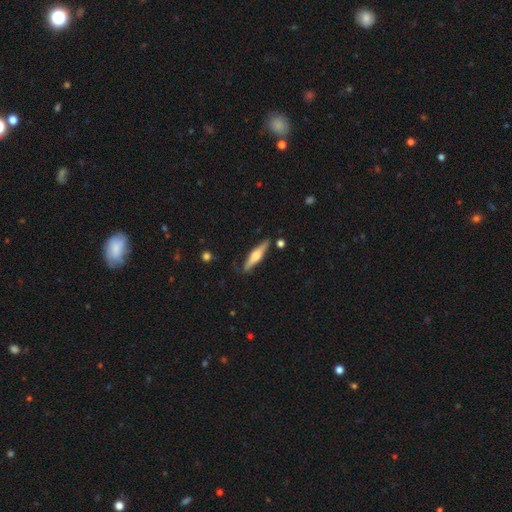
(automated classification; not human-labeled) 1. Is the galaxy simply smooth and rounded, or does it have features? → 61% featured or disk, 34% smooth, 6% star or artifact.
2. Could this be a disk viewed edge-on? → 96% yes, 4% no.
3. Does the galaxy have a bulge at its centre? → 85% rounded, 11% boxy, 4% none.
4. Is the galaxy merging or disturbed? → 84% none, 11% minor disturbance, 3% merger, 2% major disturbance.